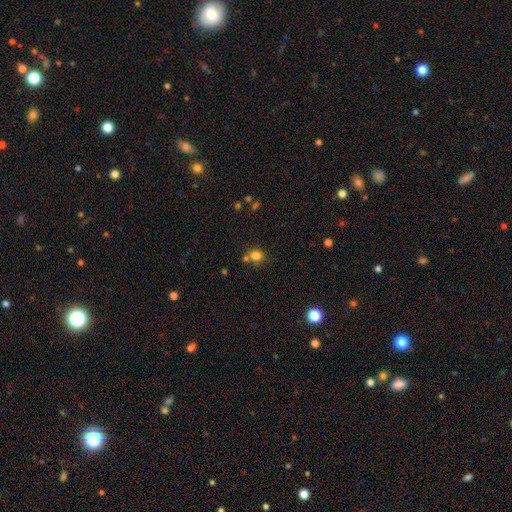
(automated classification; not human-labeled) Q: Smooth or featured?
A: smooth (79%); runner-up: star or artifact (14%)
Q: How rounded?
A: round (84%); runner-up: in between (15%)
Q: Merging?
A: none (61%); runner-up: merger (24%)